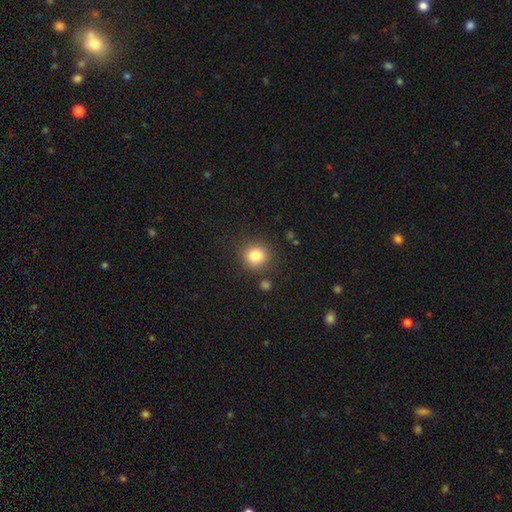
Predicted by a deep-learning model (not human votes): Q: Smooth or featured?
A: smooth (83%); runner-up: star or artifact (11%)
Q: How rounded?
A: round (88%); runner-up: in between (11%)
Q: Merging?
A: none (85%); runner-up: minor disturbance (9%)